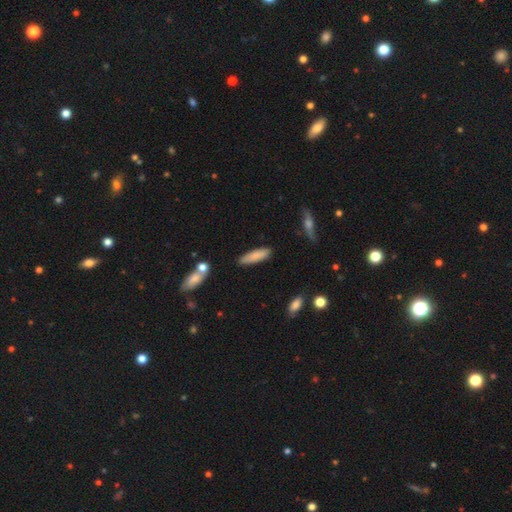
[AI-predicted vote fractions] Smooth or featured? Predicted: smooth (p=0.83). How rounded? Predicted: cigar-shaped (p=0.65). Merging? Predicted: none (p=0.85).